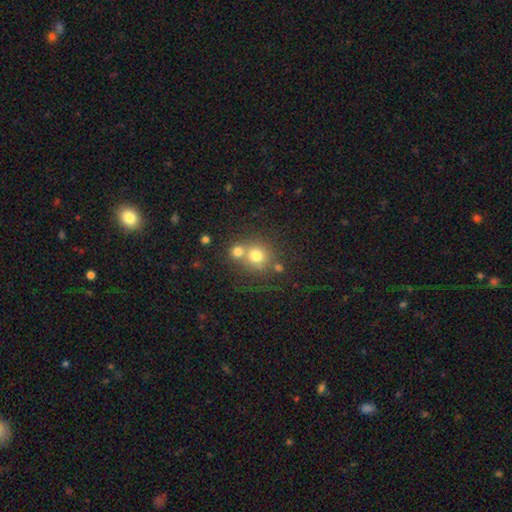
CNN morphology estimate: The model was most divided on "merging": none: 47%, merger: 41%, minor disturbance: 8%, major disturbance: 4%. More confident: how rounded — round (88%); smooth or featured — smooth (73%).